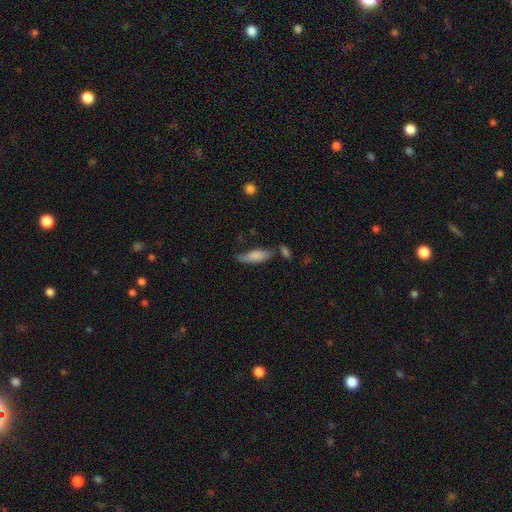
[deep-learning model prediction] smooth_or_featured: smooth (p=0.78) [alt: featured or disk p=0.16]
how_rounded: cigar-shaped (p=0.52) [alt: in between p=0.46]
merging: none (p=0.58) [alt: minor disturbance p=0.25]